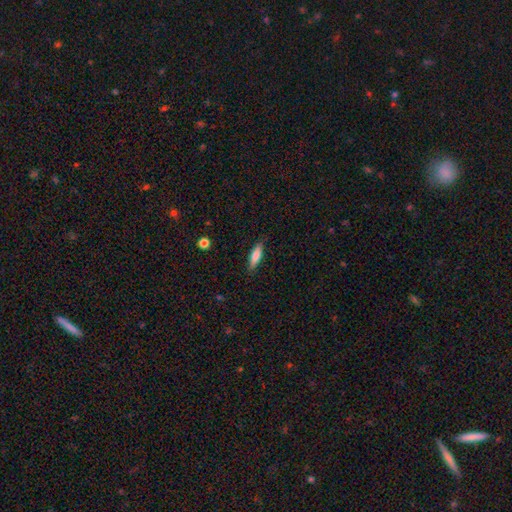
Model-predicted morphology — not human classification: A smooth galaxy with no disk features (74%) that is cigar-shaped (62%). Merging: none (85%).